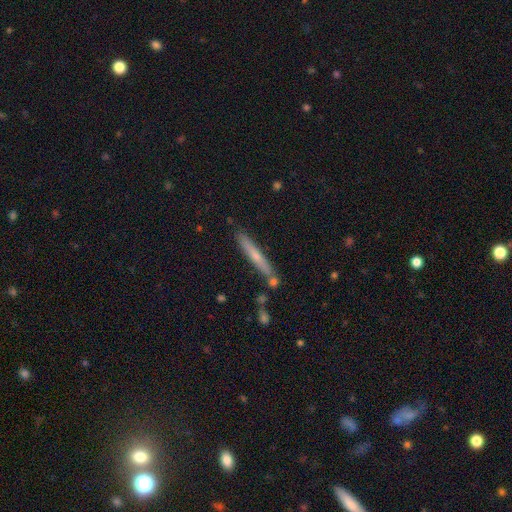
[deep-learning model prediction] Q: Smooth or featured?
A: smooth (50%); runner-up: featured or disk (43%)
Q: How rounded?
A: cigar-shaped (95%); runner-up: in between (3%)
Q: Merging?
A: none (81%); runner-up: minor disturbance (11%)